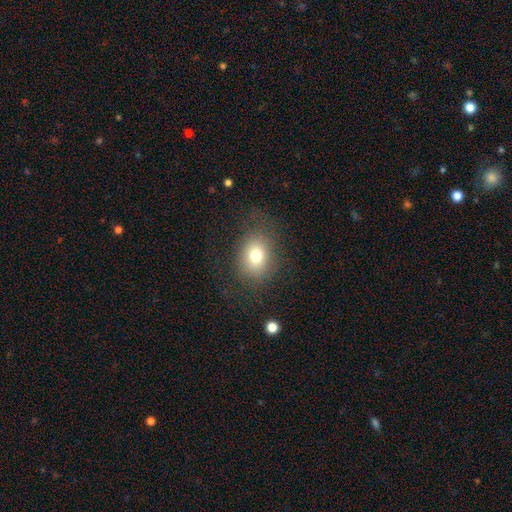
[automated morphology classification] type=smooth (76%); roundness=in between (56%); merging=none (75%).